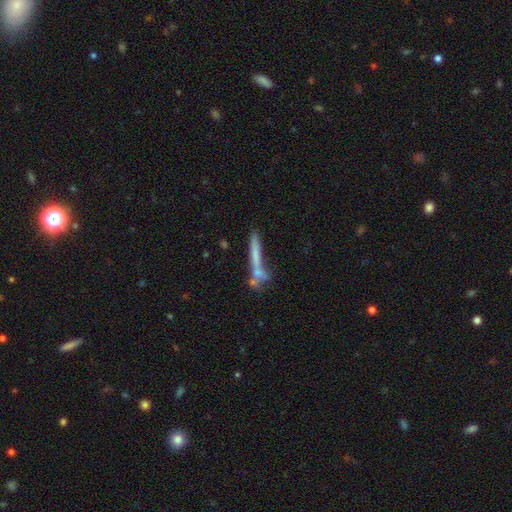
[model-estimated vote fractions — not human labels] The model was most divided on "smooth or featured": smooth: 54%, featured or disk: 37%, star or artifact: 10%. More confident: how rounded — cigar-shaped (92%); merging — none (52%).